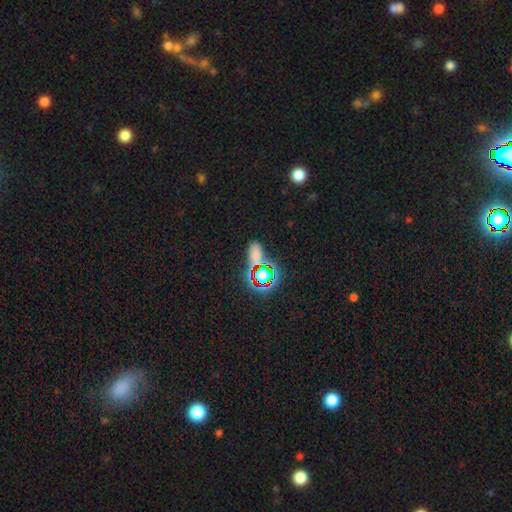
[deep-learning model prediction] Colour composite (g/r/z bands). It shows a smooth galaxy with no disk features (48%). Merging: none (62%).